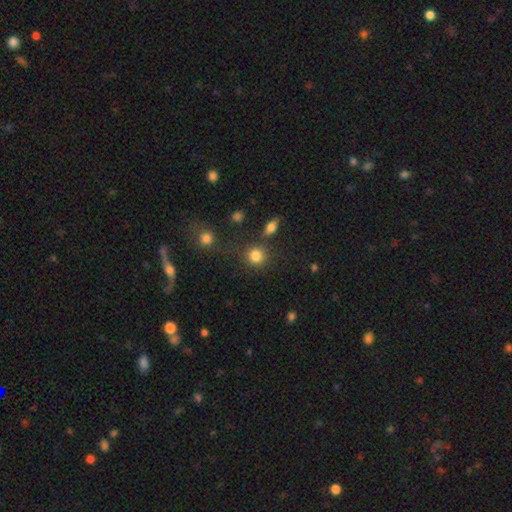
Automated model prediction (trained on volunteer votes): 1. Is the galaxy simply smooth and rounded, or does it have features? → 83% smooth, 11% star or artifact, 6% featured or disk.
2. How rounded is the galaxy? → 87% round, 12% in between, 1% cigar-shaped.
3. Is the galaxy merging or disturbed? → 72% none, 12% merger, 11% minor disturbance, 6% major disturbance.